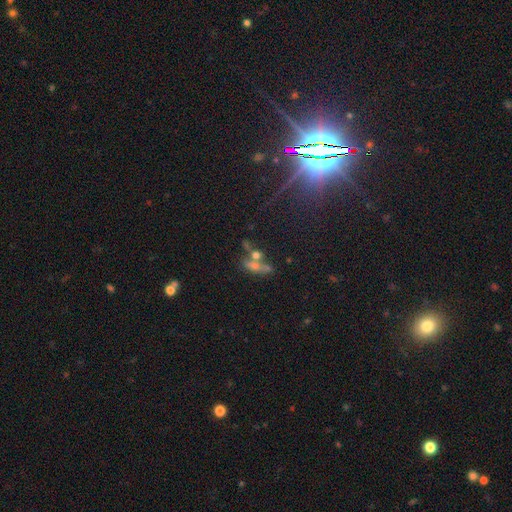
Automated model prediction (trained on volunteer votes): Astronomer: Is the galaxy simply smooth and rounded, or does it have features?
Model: star or artifact — 48% (runner-up: featured or disk, 29%).